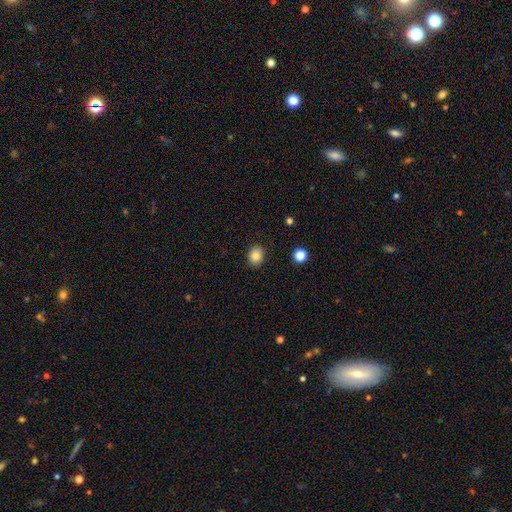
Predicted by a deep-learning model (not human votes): Overall: smooth (86%). How rounded: round (53%; in between 46%). Merging: none (89%).